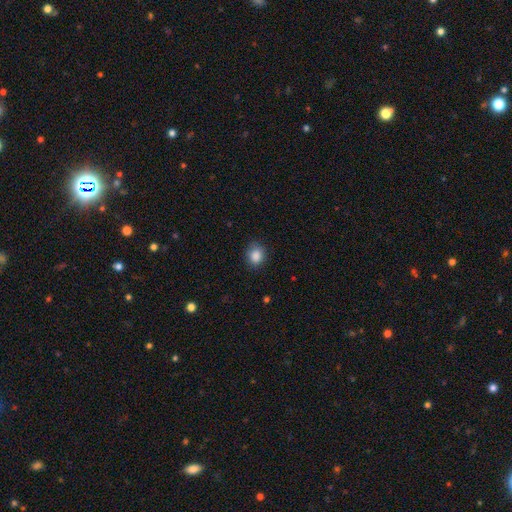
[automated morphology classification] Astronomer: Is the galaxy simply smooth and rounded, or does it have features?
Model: smooth — 87%.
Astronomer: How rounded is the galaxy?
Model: round — 66%.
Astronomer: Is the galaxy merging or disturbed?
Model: none — 80%.